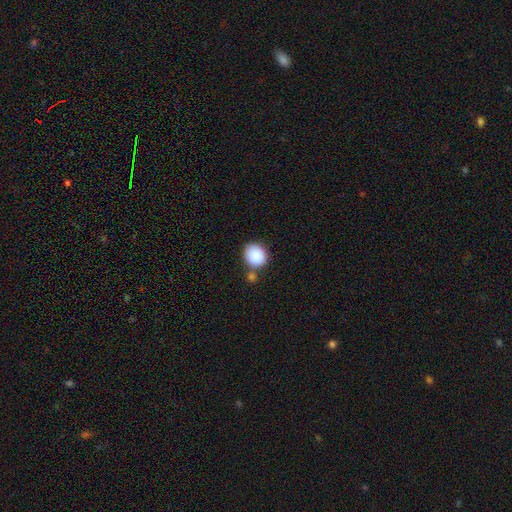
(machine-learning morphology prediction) smooth 88%, star or artifact 8%, featured or disk 4%. Down the decision tree: how rounded — round (72%); merging — none (66%).